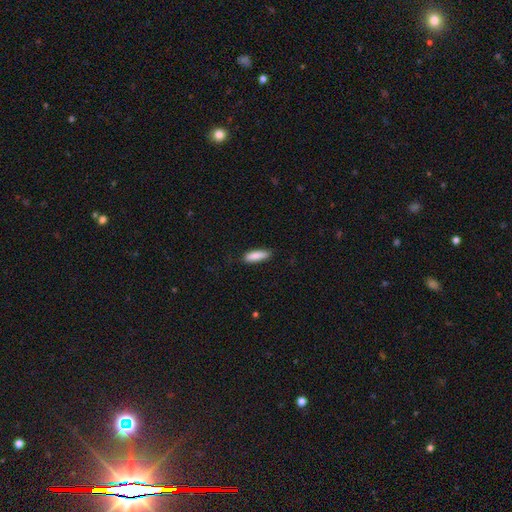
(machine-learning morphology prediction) Smooth or featured: smooth — 88% (featured or disk — 6%)
How rounded: cigar-shaped — 56% (in between — 43%)
Merging: none — 82% (minor disturbance — 14%)